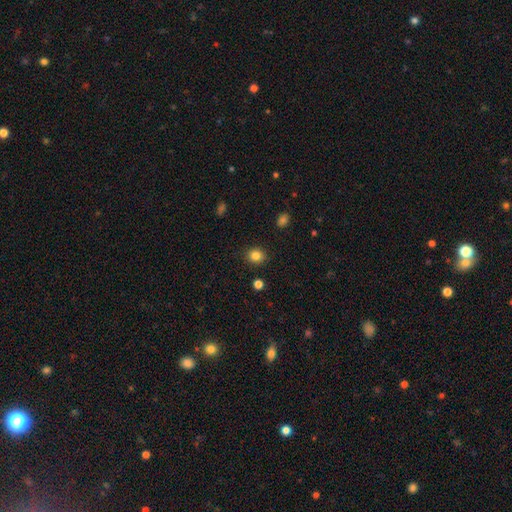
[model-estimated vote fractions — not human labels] Overall: smooth (84%). How rounded: round (77%). Merging: none (89%).